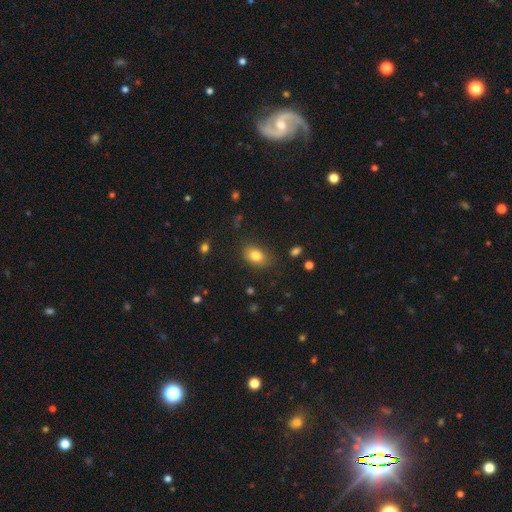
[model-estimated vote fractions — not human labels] A smooth galaxy with no disk features (81%) that is in between round and cigar-shaped (81%). Merging: none (81%).